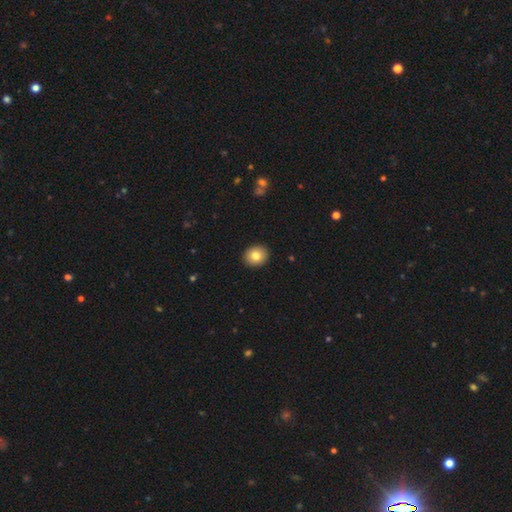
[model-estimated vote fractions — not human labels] Smooth or featured? Predicted: smooth (p=0.81). How rounded? Predicted: round (p=0.67). Merging? Predicted: none (p=0.92).